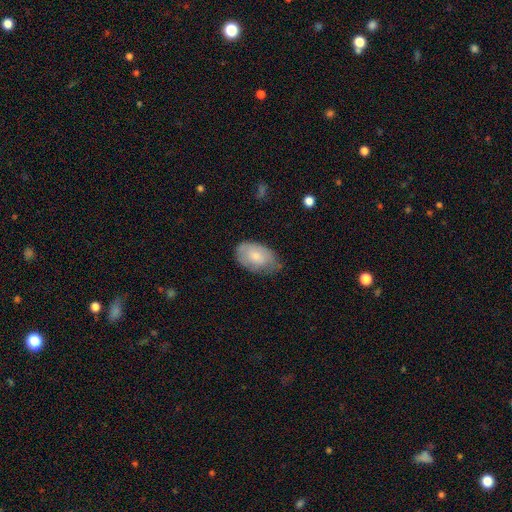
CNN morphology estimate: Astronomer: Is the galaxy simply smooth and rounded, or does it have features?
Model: smooth — 71%.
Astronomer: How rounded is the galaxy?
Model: in between — 91%.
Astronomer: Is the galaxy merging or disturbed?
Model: none — 59%.